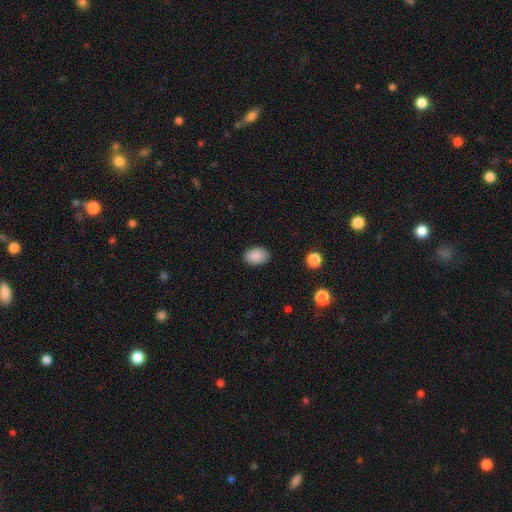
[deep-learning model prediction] Smooth or featured? smooth (89%)
How rounded? in between (85%)
Merging? none (85%)